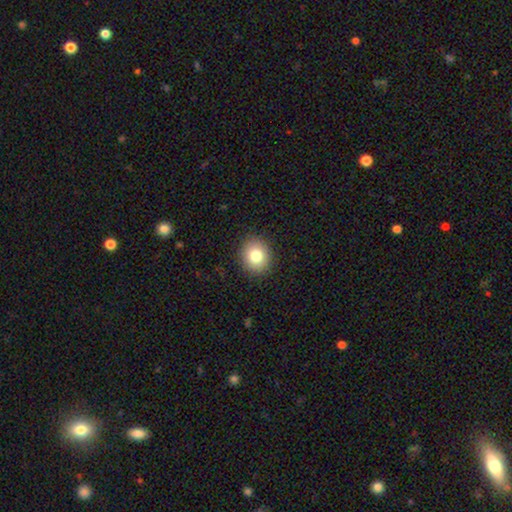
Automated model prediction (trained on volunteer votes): smooth 81%, star or artifact 10%, featured or disk 9%. Down the decision tree: how rounded — round (72%); merging — none (91%).